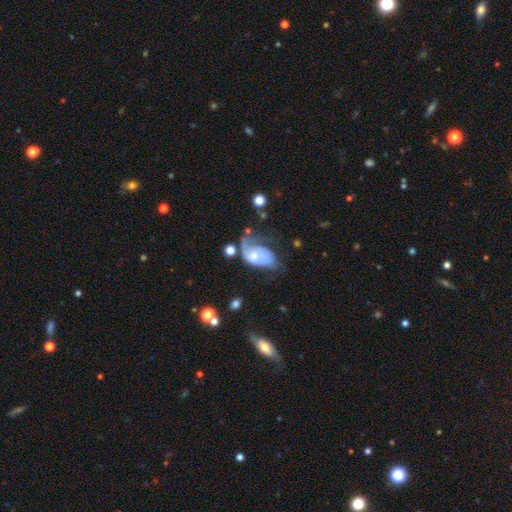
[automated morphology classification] Smooth or featured? featured or disk (54%)
Edge-on disk? no (95%)
Bar? no (74%)
Spiral arms? yes (70%)
Bulge size? small (48%)
Merging? major disturbance (44%)